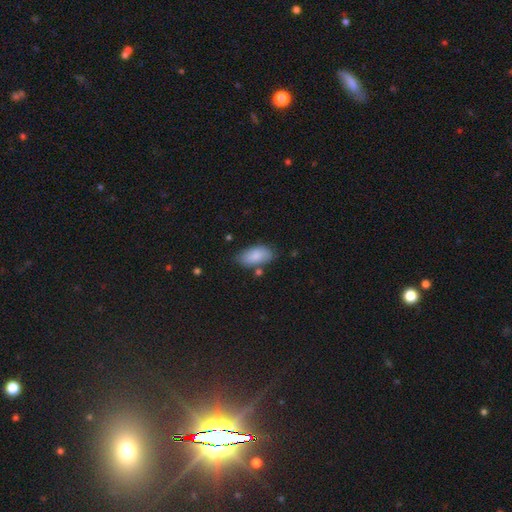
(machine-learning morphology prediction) Smooth or featured? smooth (86%)
How rounded? in between (93%)
Merging? none (71%)